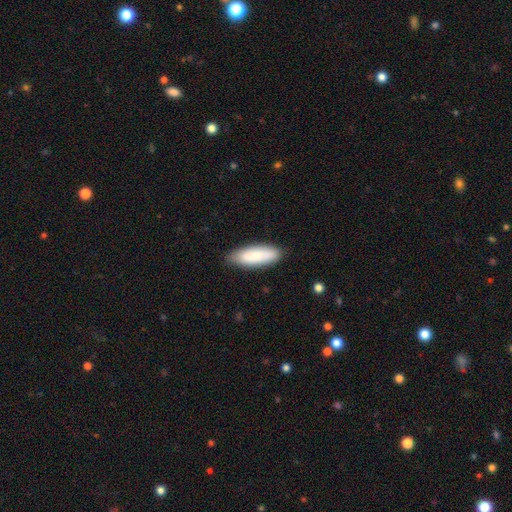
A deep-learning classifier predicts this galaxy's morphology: Smooth or featured? Predicted: smooth (p=0.86). How rounded? Predicted: in between (p=0.62). Merging? Predicted: none (p=0.82).